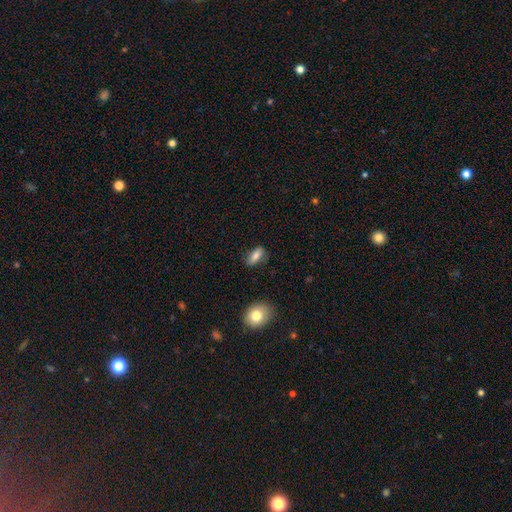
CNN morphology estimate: Smooth or featured? smooth (76%)
How rounded? in between (78%)
Merging? none (80%)